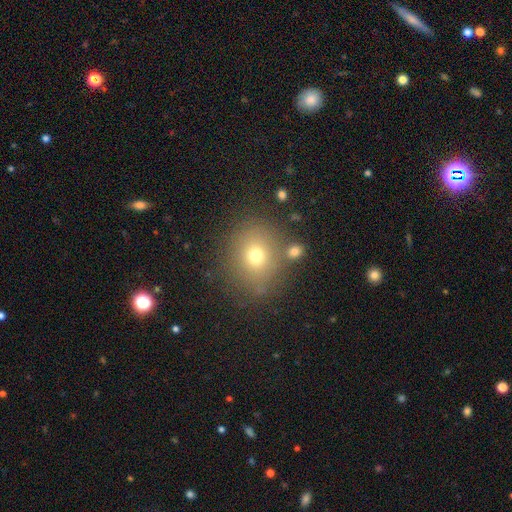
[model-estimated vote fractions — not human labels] This appears to be a smooth galaxy with no disk features (69%) that is round (76%). Merging: none (76%).